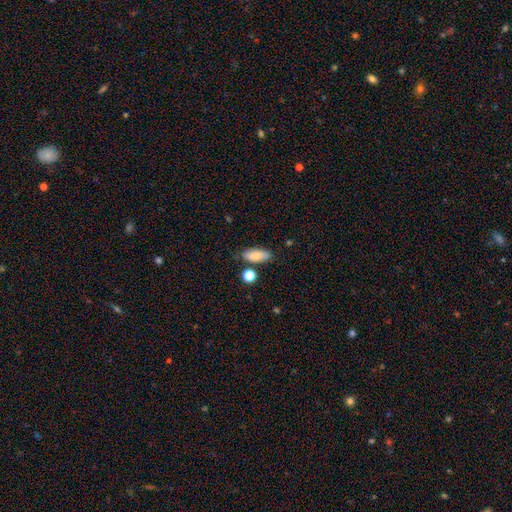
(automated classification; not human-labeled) The model was most divided on "merging": none: 76%, minor disturbance: 15%, merger: 6%, major disturbance: 3%. More confident: smooth or featured — smooth (81%); how rounded — in between (80%).